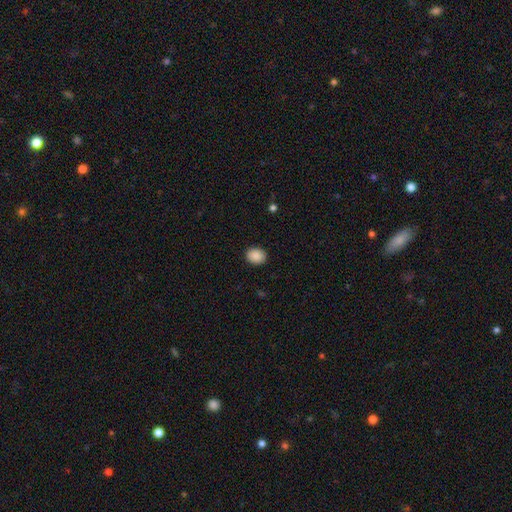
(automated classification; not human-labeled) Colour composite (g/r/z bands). It shows a smooth galaxy with no disk features (90%) that is round (55%). Merging: none (91%).